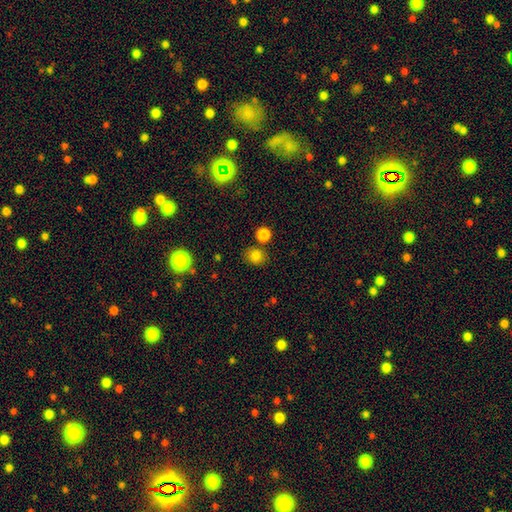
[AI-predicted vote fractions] The model was most divided on "how rounded": round: 69%, in between: 30%, cigar-shaped: 1%. More confident: smooth or featured — smooth (80%); merging — none (76%).